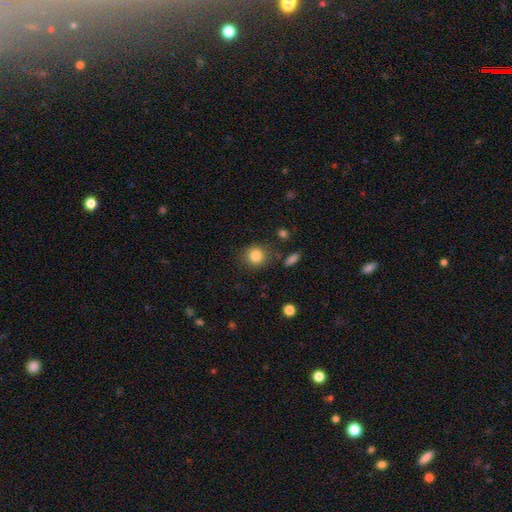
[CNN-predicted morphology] Overall: smooth (84%). How rounded: round (86%). Merging: none (84%).